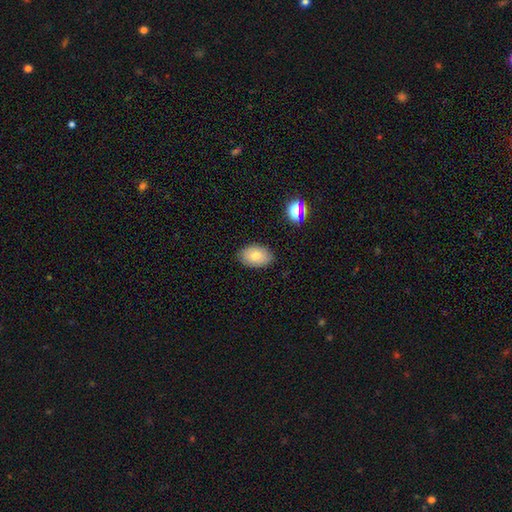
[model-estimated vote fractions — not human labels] Smooth or featured? smooth (75%)
How rounded? in between (85%)
Merging? none (85%)